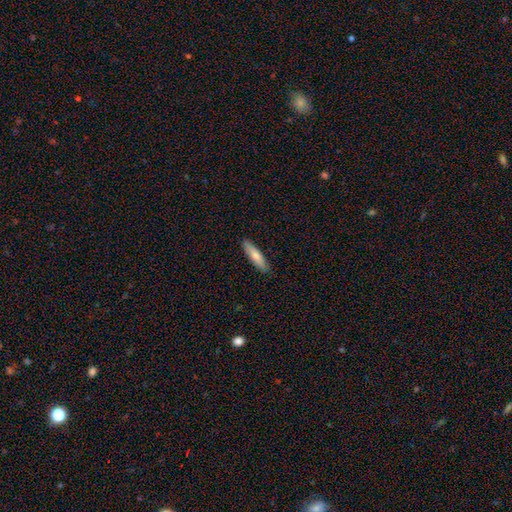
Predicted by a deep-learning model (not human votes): A smooth galaxy with no disk features (74%) that is cigar-shaped (73%). Merging: none (89%).